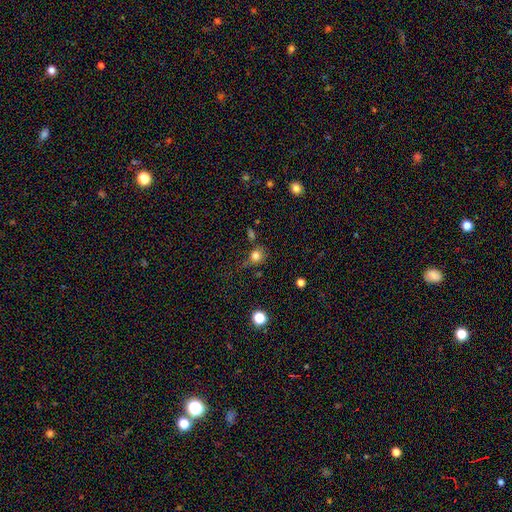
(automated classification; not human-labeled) This appears to be a smooth galaxy with no disk features (79%) that is round (76%). Merging: none (57%).